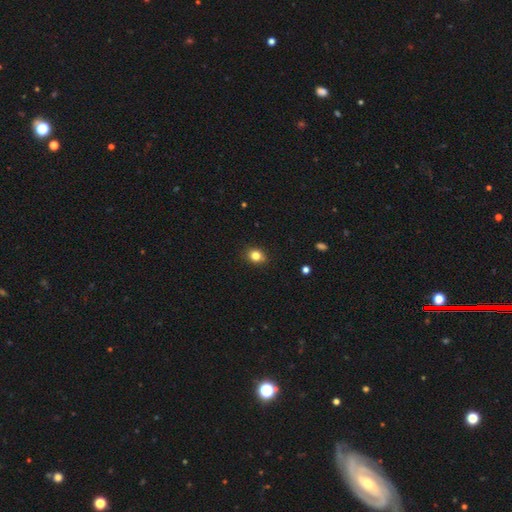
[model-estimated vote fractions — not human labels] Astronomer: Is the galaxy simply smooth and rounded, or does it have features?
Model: smooth — 82%.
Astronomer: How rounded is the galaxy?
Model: round — 58% (runner-up: in between, 41%).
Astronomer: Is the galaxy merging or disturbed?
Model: none — 86%.